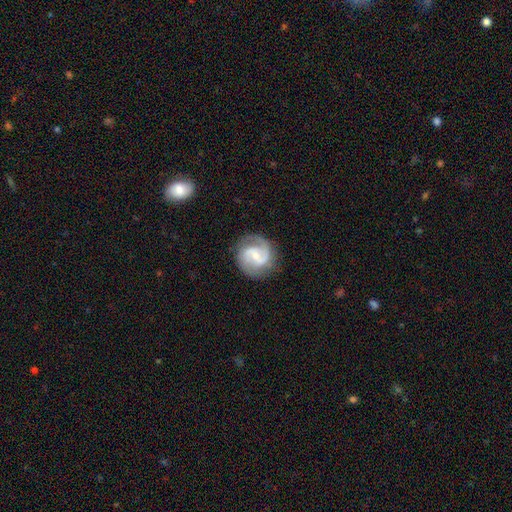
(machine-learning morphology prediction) A featured or disk galaxy (83%) with a weak bar (50%), 2 (86%) medium (52%) spiral arms (96%) and a small central bulge (62%). Merging: none (80%).